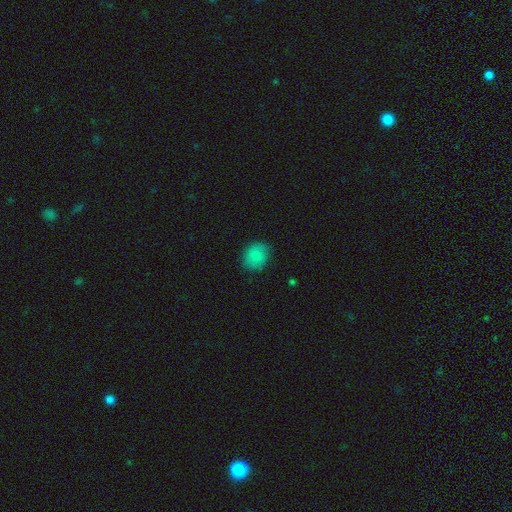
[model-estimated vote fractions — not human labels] smooth 85%, star or artifact 9%, featured or disk 6%. Down the decision tree: how rounded — round (67%); merging — none (80%).